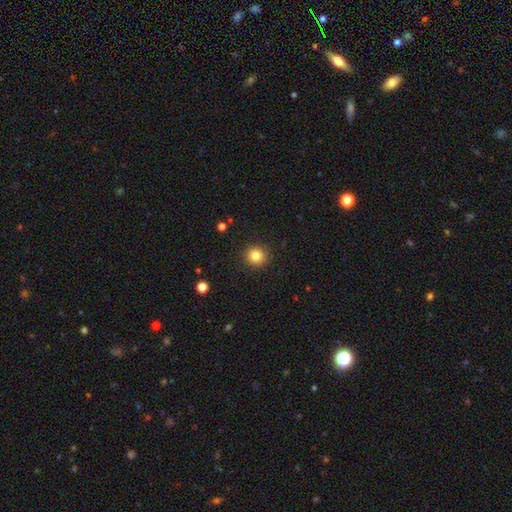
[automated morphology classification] Smooth or featured? Predicted: smooth (p=0.82). How rounded? Predicted: round (p=0.92). Merging? Predicted: none (p=0.92).